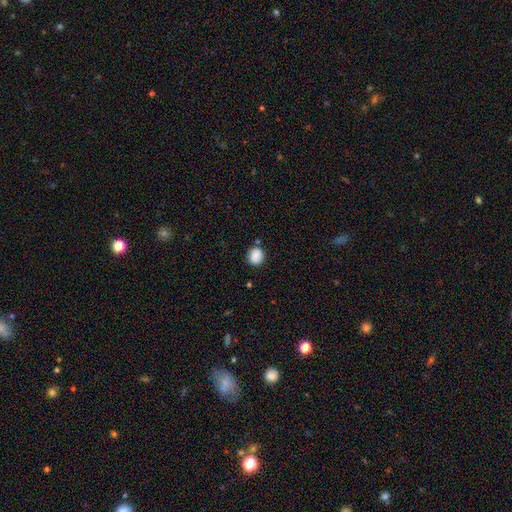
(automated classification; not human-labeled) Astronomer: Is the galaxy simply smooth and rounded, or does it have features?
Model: smooth — 88%.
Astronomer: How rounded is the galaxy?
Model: round — 75%.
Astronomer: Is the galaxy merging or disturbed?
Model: none — 79%.